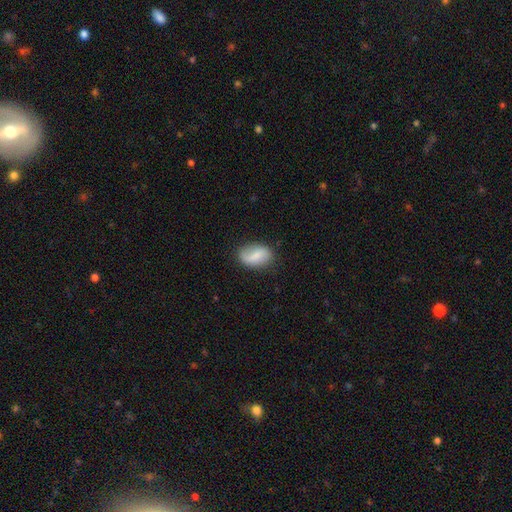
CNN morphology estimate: This is likely a smooth galaxy (69%). How rounded: clearly in between (88%). Merging: likely none (70%).